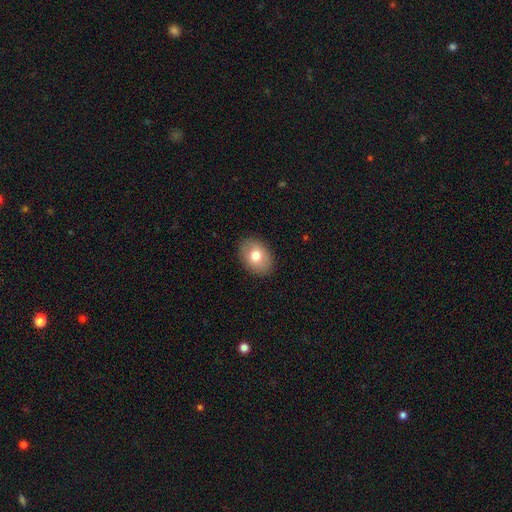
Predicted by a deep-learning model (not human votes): Q: Smooth or featured?
A: smooth (77%); runner-up: featured or disk (16%)
Q: How rounded?
A: in between (73%); runner-up: round (26%)
Q: Merging?
A: none (88%); runner-up: minor disturbance (9%)